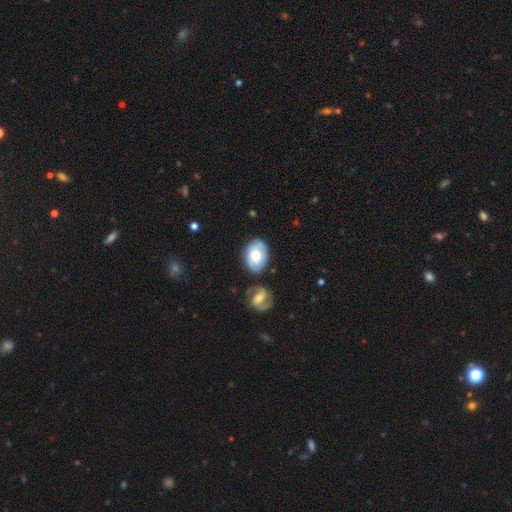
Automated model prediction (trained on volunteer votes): Q: Smooth or featured?
A: smooth (59%); runner-up: featured or disk (35%)
Q: How rounded?
A: in between (83%); runner-up: round (16%)
Q: Merging?
A: none (66%); runner-up: minor disturbance (19%)